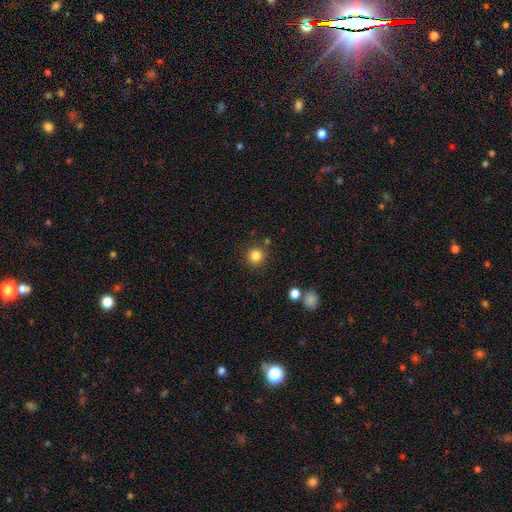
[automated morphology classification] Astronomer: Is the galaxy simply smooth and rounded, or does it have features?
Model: smooth — 83%.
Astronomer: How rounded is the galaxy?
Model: round — 93%.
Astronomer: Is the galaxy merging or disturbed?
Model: none — 86%.